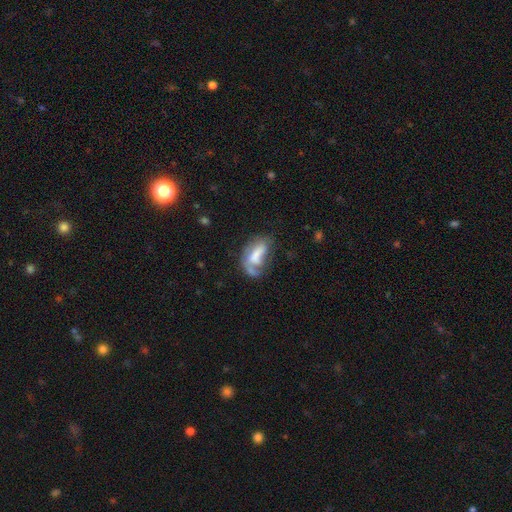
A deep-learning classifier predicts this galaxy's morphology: Smooth or featured?
  - smooth: 46% *
  - featured or disk: 45%
  - star or artifact: 8%
Merging?
  - none: 34% *
  - major disturbance: 33%
  - minor disturbance: 24%
  - merger: 9%